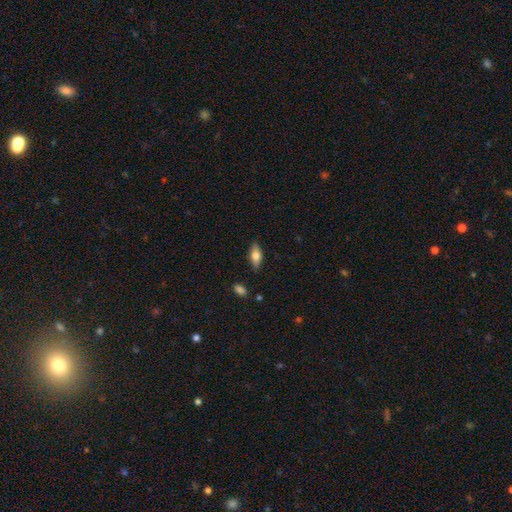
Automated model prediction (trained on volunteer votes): This appears to be a smooth galaxy with no disk features (69%) that is in between round and cigar-shaped (79%). Merging: none (84%).